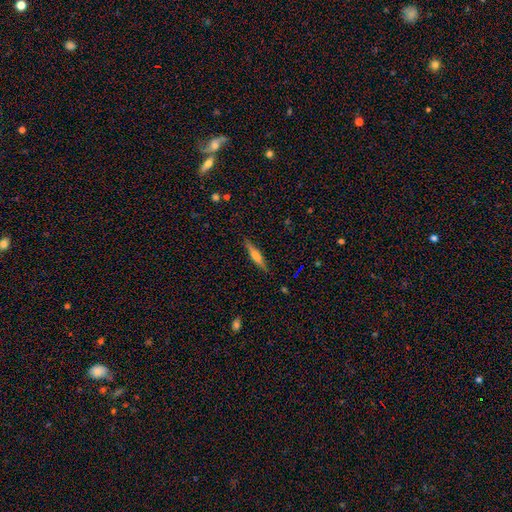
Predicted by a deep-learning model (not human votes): The model was most divided on "smooth or featured": smooth: 49%, featured or disk: 44%, star or artifact: 7%. More confident: merging — none (88%).